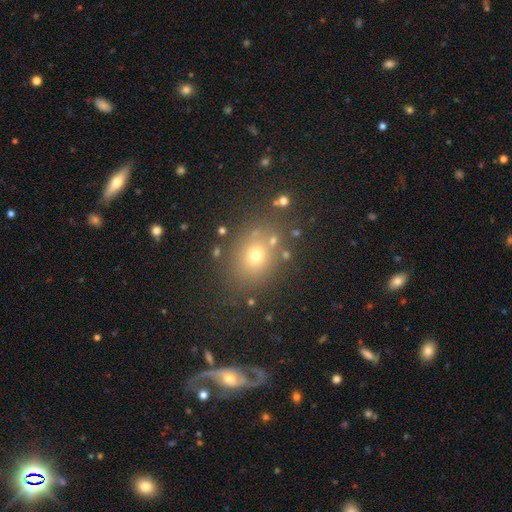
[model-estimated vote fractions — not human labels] Smooth or featured? smooth (66%)
How rounded? round (58%)
Merging? none (79%)